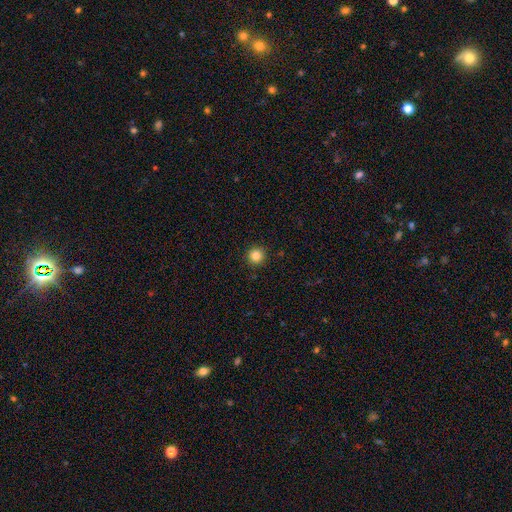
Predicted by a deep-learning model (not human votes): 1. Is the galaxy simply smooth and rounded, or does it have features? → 83% smooth, 12% star or artifact, 5% featured or disk.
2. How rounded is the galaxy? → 96% round, 3% in between, 1% cigar-shaped.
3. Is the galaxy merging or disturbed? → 93% none, 5% minor disturbance, 2% major disturbance, 1% merger.